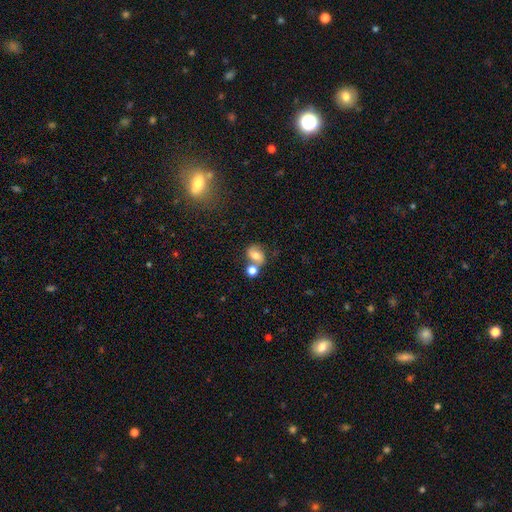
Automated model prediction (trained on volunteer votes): This is possibly a smooth galaxy (59%). How rounded: possibly in between (55%). Merging: marginally none (41%).